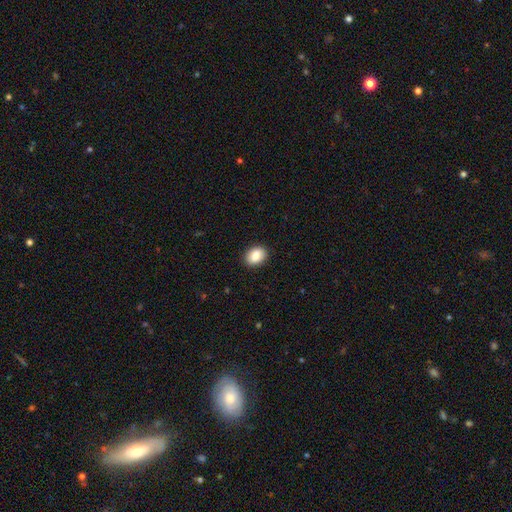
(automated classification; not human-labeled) Morphology: type=smooth (87%); roundness=in between (71%); merging=none (90%).